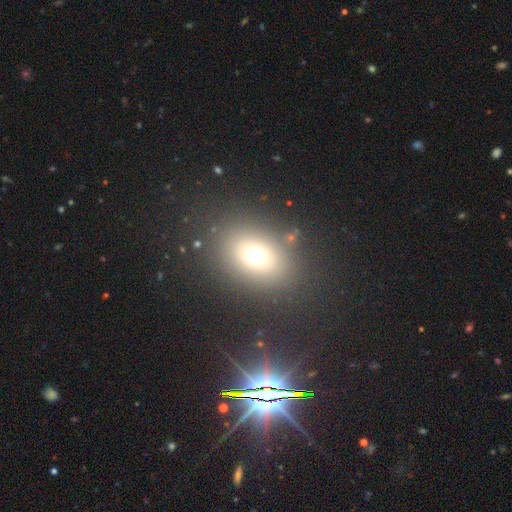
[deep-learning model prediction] smooth_or_featured: smooth (p=0.65) [alt: star or artifact p=0.20]
how_rounded: in between (p=0.57) [alt: round p=0.42]
merging: none (p=0.82) [alt: minor disturbance p=0.09]